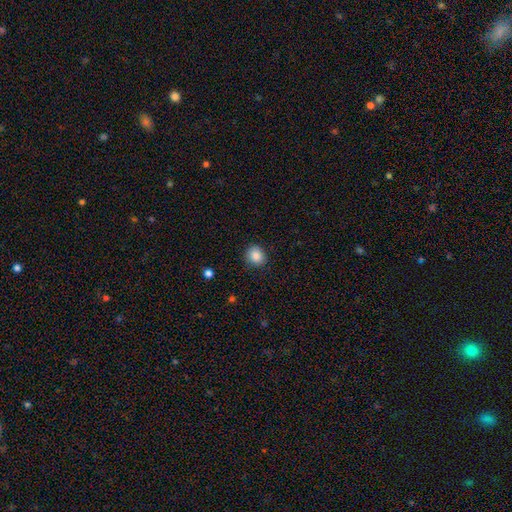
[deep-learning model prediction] A smooth galaxy with no disk features (87%) that is round (82%). Merging: none (88%).